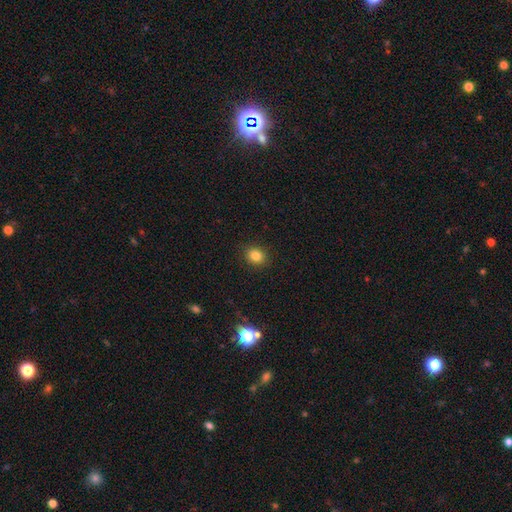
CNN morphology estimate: The model was most divided on "how rounded": round: 70%, in between: 29%, cigar-shaped: 1%. More confident: merging — none (91%); smooth or featured — smooth (83%).